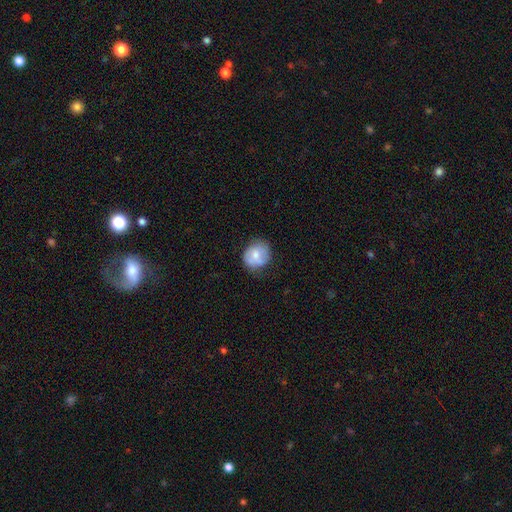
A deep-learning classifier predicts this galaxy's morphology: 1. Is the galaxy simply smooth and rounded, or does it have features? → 62% smooth, 30% featured or disk, 8% star or artifact.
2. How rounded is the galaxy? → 72% round, 27% in between, 1% cigar-shaped.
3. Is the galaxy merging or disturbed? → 62% none, 25% minor disturbance, 7% major disturbance, 7% merger.